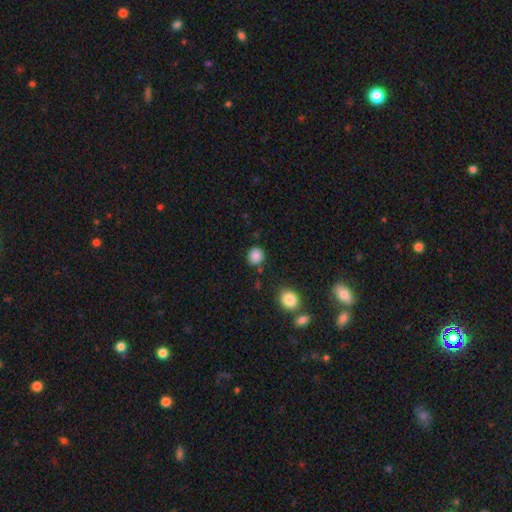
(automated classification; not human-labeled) smooth_or_featured: smooth (p=0.87) [alt: star or artifact p=0.10]
how_rounded: round (p=0.85) [alt: in between p=0.14]
merging: none (p=0.82) [alt: minor disturbance p=0.11]